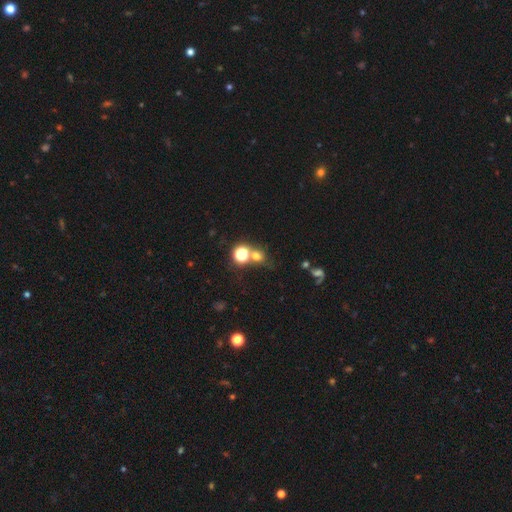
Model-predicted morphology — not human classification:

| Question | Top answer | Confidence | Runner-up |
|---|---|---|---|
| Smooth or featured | smooth | 61% | star or artifact (28%) |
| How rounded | round | 81% | in between (18%) |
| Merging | none | 58% | merger (24%) |